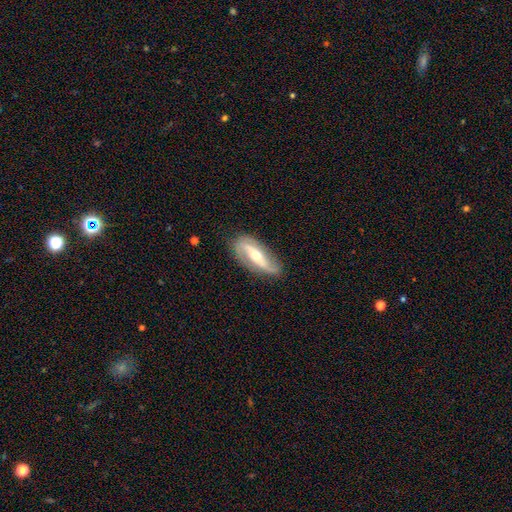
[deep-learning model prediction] Smooth or featured? featured or disk (79%)
Edge-on disk? no (86%)
Bar? strong (38%)
Spiral arms? yes (89%)
Spiral winding? loose (53%)
Spiral arm count? 2 (86%)
Bulge size? moderate (59%)
Merging? none (78%)